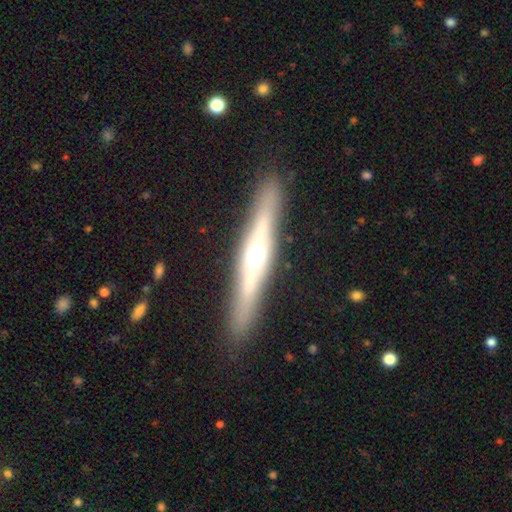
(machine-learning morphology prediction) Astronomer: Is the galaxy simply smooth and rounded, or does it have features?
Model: featured or disk — 68%.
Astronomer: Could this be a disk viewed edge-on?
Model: yes — 93%.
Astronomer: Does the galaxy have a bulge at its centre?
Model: rounded — 87%.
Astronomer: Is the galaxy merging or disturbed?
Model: none — 89%.